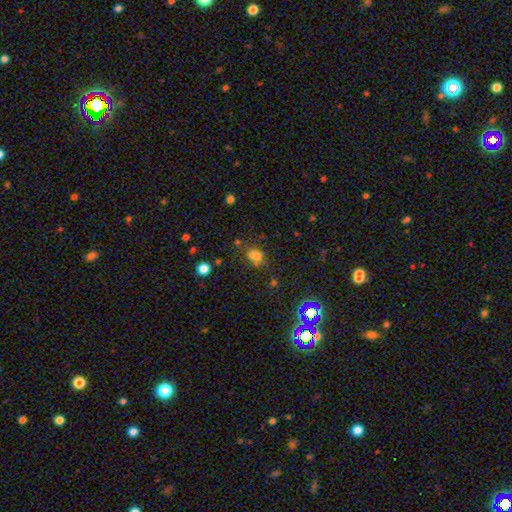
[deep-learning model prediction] This is likely a smooth galaxy (68%). How rounded: possibly round (54%). Merging: possibly none (53%).